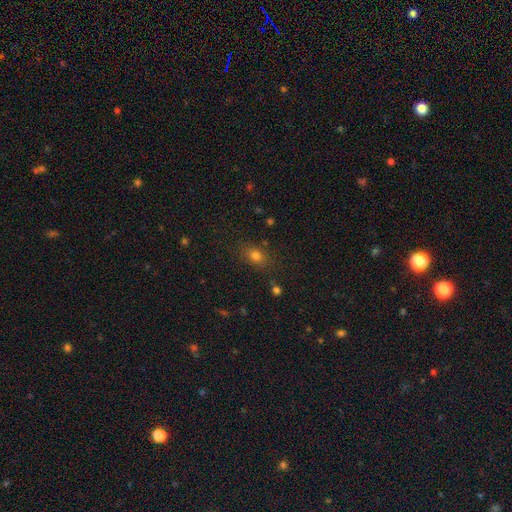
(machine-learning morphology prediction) Smooth or featured? smooth (73%)
How rounded? in between (59%)
Merging? none (80%)